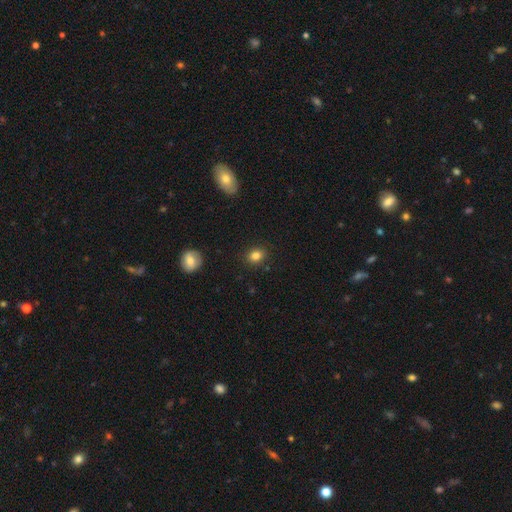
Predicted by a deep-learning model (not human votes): This appears to be a smooth galaxy with no disk features (83%) that is round (60%). Merging: none (88%).